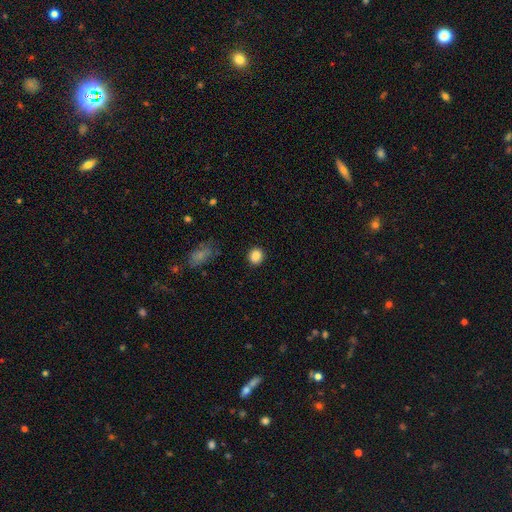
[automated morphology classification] This appears to be a smooth galaxy with no disk features (87%) that is round (80%). Merging: none (89%).